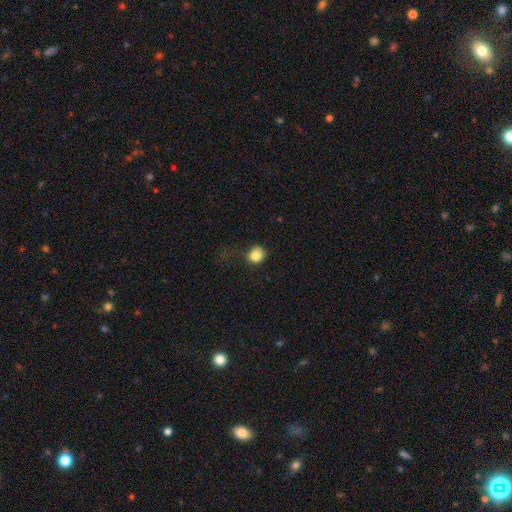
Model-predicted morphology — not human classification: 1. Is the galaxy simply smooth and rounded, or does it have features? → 84% smooth, 11% star or artifact, 6% featured or disk.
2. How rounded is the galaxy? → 82% round, 17% in between, 1% cigar-shaped.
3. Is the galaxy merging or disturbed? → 66% none, 22% minor disturbance, 10% major disturbance, 2% merger.